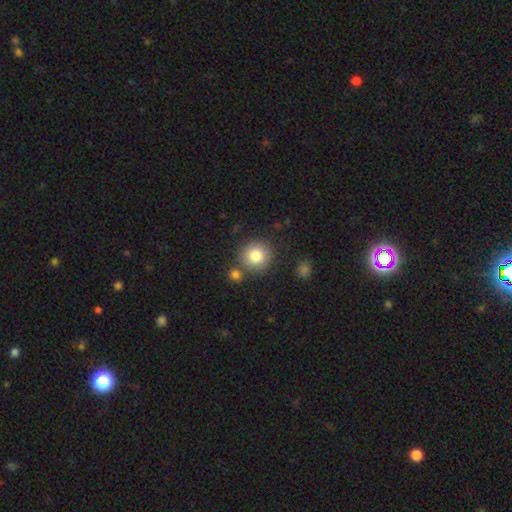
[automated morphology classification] Smooth or featured?
  - smooth: 82% *
  - star or artifact: 10%
  - featured or disk: 8%
How rounded?
  - round: 91% *
  - in between: 8%
  - cigar-shaped: 1%
Merging?
  - none: 75% *
  - merger: 13%
  - minor disturbance: 9%
  - major disturbance: 3%